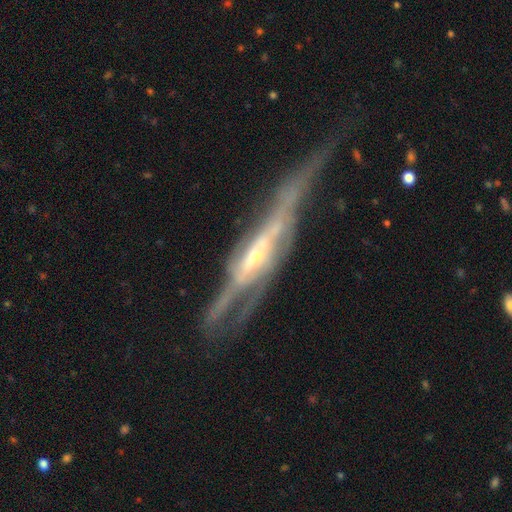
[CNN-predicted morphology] Smooth or featured? Predicted: featured or disk (p=0.84). Edge-on disk? Predicted: yes (p=0.66). Edge-on bulge? Predicted: rounded (p=0.59). Merging? Predicted: none (p=0.43).